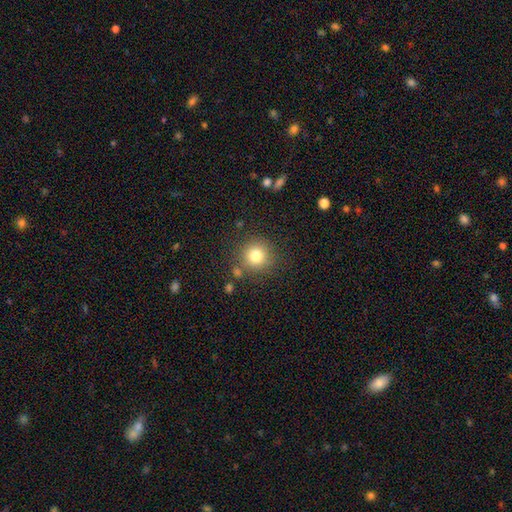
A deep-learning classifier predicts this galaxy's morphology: type=smooth (80%); roundness=round (93%); merging=none (82%).